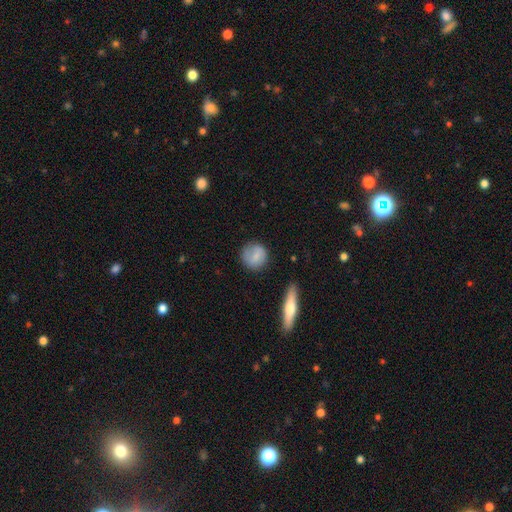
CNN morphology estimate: Overall: smooth (73%). How rounded: round (87%). Merging: none (80%).